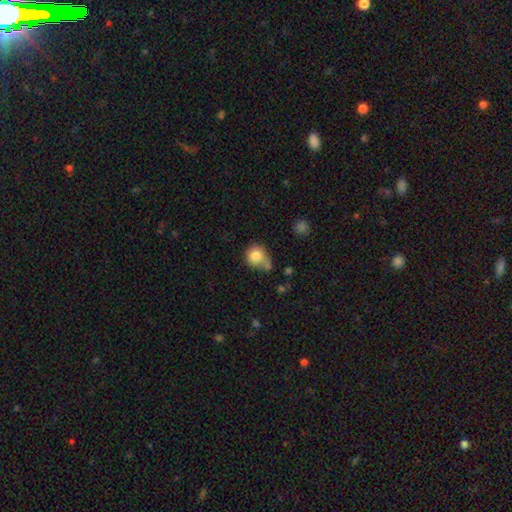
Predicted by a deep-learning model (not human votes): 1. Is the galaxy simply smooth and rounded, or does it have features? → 80% smooth, 10% star or artifact, 10% featured or disk.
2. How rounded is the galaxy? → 83% round, 16% in between, 1% cigar-shaped.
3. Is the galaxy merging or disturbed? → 48% none, 24% minor disturbance, 20% merger, 9% major disturbance.